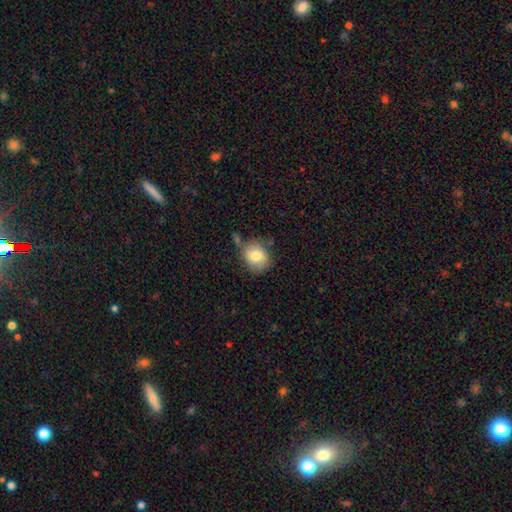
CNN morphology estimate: A smooth galaxy with no disk features (79%) that is round (68%).

Vote fractions:
- Smooth or featured? smooth: 79% / featured or disk: 13% / star or artifact: 8%
- How rounded? round: 68% / in between: 31% / cigar-shaped: 1%
- Merging? none: 67% / minor disturbance: 20% / merger: 8% / major disturbance: 6%